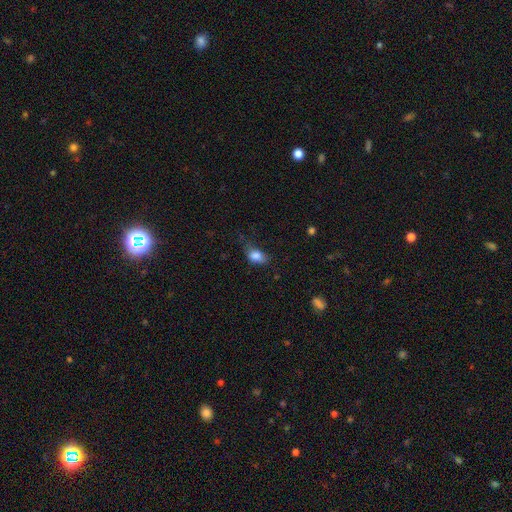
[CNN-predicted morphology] A smooth galaxy with no disk features (84%) that is in between round and cigar-shaped (83%).

Vote fractions:
- Smooth or featured? smooth: 84% / star or artifact: 9% / featured or disk: 7%
- How rounded? in between: 83% / round: 15% / cigar-shaped: 2%
- Merging? none: 49% / minor disturbance: 34% / major disturbance: 15% / merger: 2%